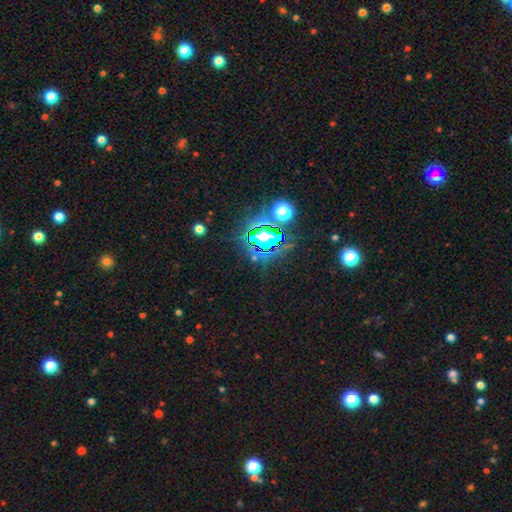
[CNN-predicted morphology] This appears to be a star or artifact, not a galaxy (73%).